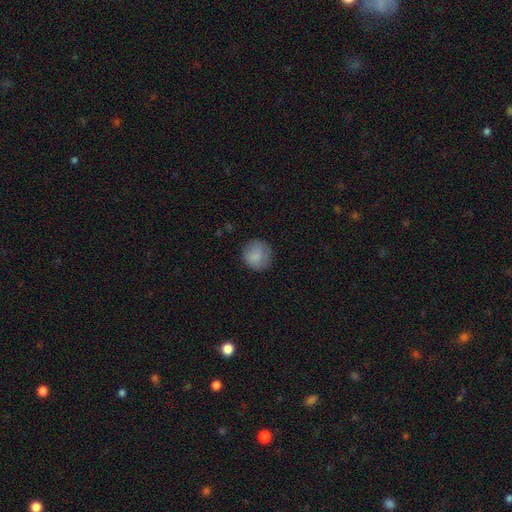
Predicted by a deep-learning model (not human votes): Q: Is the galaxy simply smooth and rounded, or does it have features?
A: smooth — 86%.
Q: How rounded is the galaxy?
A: round — 91%.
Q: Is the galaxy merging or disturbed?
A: none — 83%.